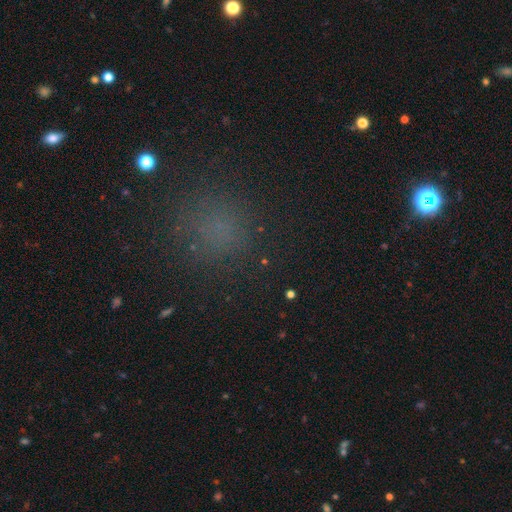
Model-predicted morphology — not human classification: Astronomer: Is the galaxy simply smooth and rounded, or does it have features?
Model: smooth — 64%.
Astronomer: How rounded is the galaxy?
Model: round — 88%.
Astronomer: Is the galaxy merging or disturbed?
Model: none — 86%.